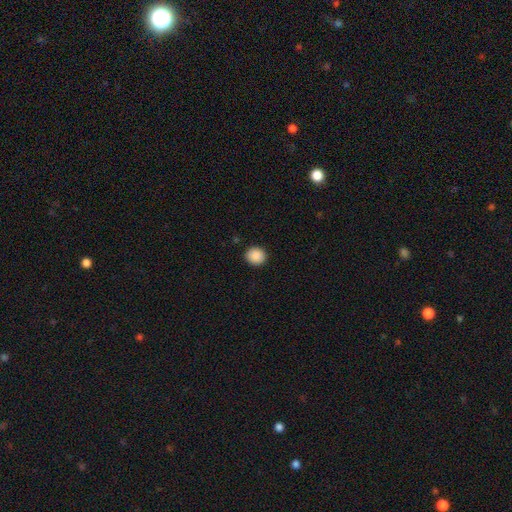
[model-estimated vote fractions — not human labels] This appears to be a smooth galaxy with no disk features (89%) that is round (83%). Merging: none (91%).